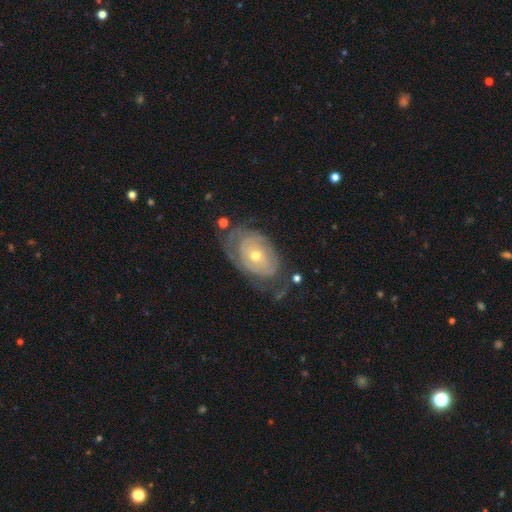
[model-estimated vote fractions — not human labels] Morphology: type=featured or disk (78%); edge-on=no (95%); bar=no (79%); spiral arms=yes (81%); winding=tight (74%); arm count=can't tell (50%); bulge=moderate (52%); merging=none (57%).